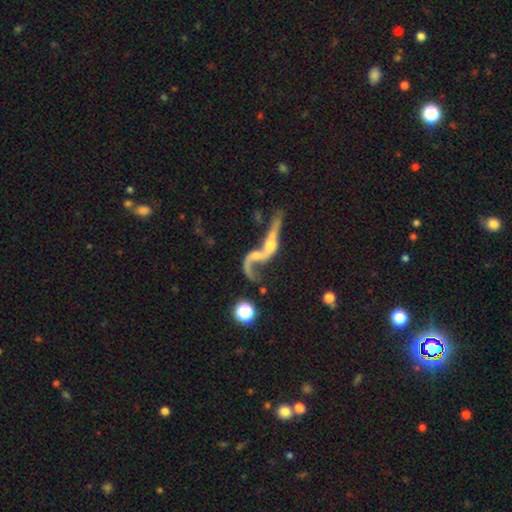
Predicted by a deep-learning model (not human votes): Smooth or featured? Predicted: featured or disk (p=0.72). Edge-on disk? Predicted: no (p=0.86). Bar? Predicted: no (p=0.66). Spiral arms? Predicted: yes (p=0.66). Bulge size? Predicted: small (p=0.32). Merging? Predicted: merger (p=0.58).